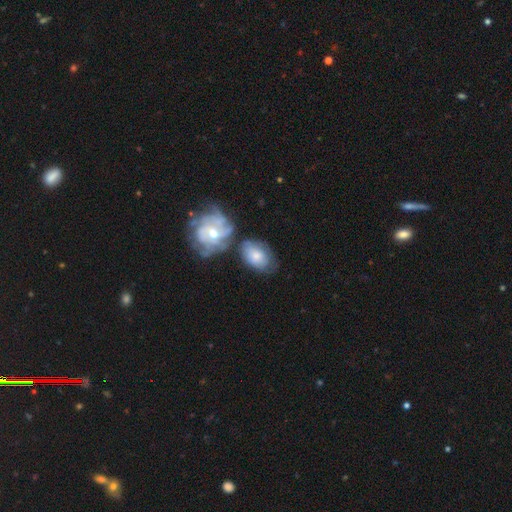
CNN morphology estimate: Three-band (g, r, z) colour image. It shows a smooth galaxy with no disk features (52%) that is in between round and cigar-shaped (79%). Merging: none (46%).